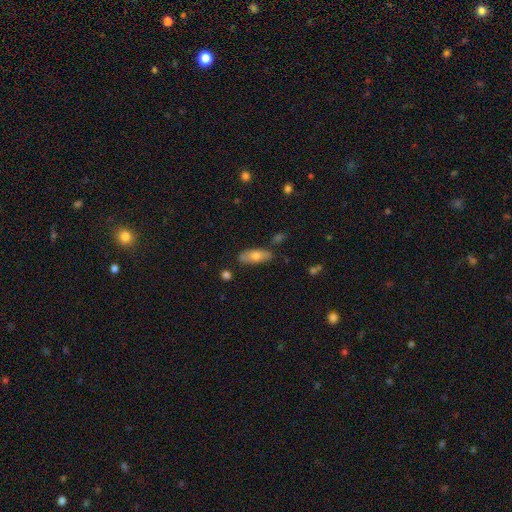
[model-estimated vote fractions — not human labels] smooth-or-featured: smooth: 69% | featured or disk: 25% | star or artifact: 7%
  how-rounded: in between: 75% | cigar-shaped: 22% | round: 3%
  merging: none: 78% | minor disturbance: 16% | merger: 3% | major disturbance: 3%